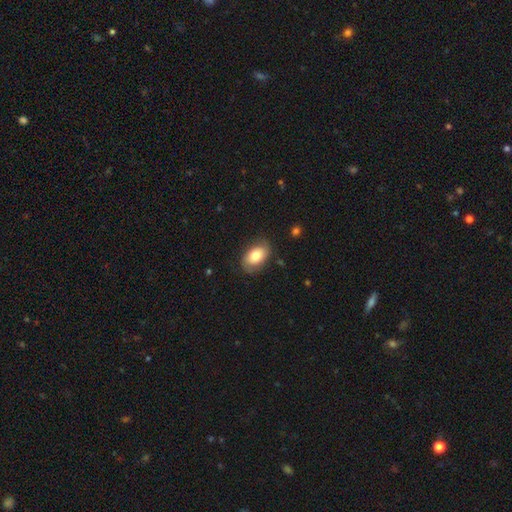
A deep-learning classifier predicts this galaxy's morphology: Overall: smooth (73%). How rounded: in between (90%). Merging: none (76%).